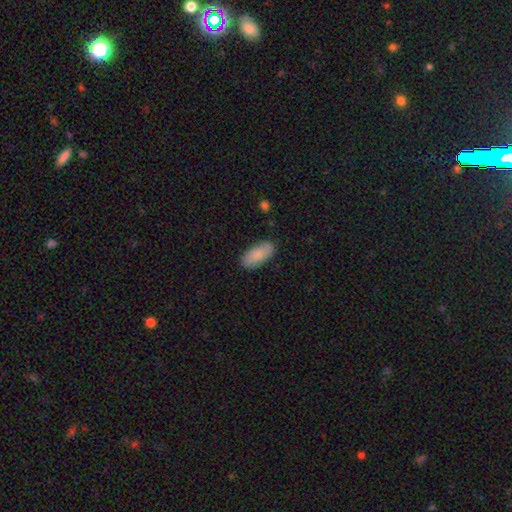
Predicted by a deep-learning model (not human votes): A smooth galaxy with no disk features (84%) that is in between round and cigar-shaped (90%). Merging: none (82%).